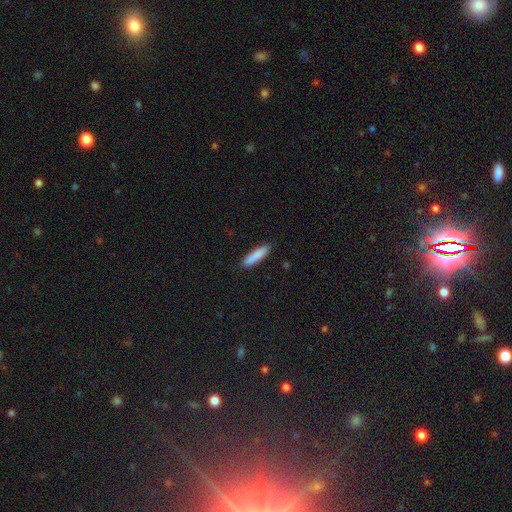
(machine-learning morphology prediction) This is clearly a smooth galaxy (86%). How rounded: clearly cigar-shaped (81%). Merging: clearly none (89%).